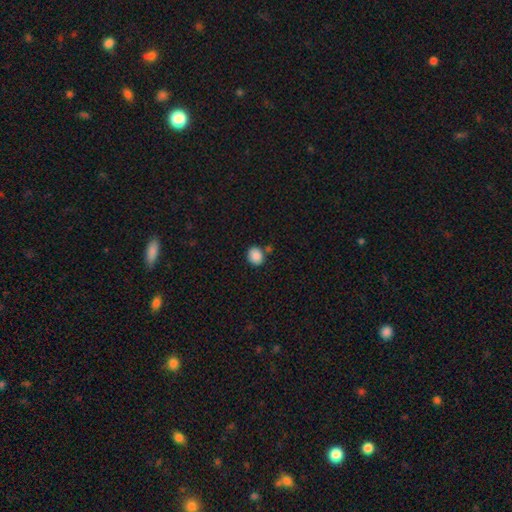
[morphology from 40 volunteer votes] Volunteers were most divided on "how rounded": round: 64%, in between: 36%, cigar-shaped: 0%. More confident: smooth or featured — smooth (90%); merging — none (76%).